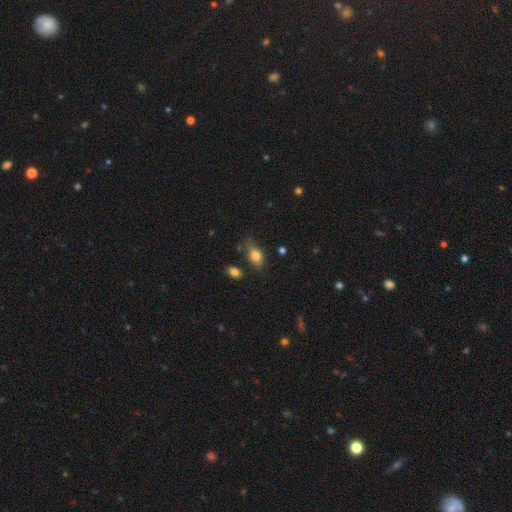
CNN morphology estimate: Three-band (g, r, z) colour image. It shows a smooth galaxy with no disk features (80%) that is in between round and cigar-shaped (85%). Merging: none (63%).